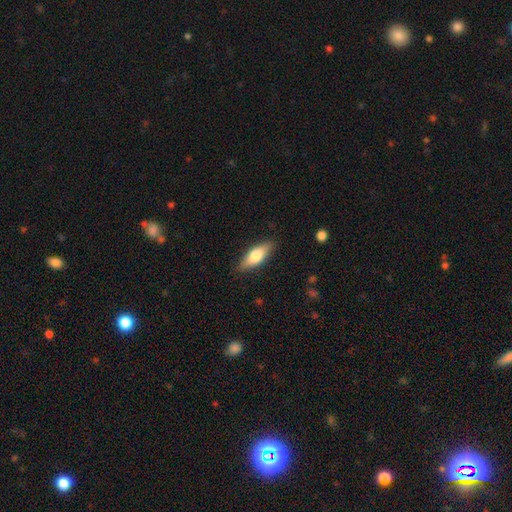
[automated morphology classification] This appears to be a smooth galaxy with no disk features (67%) that is in between round and cigar-shaped (63%). Merging: none (85%).